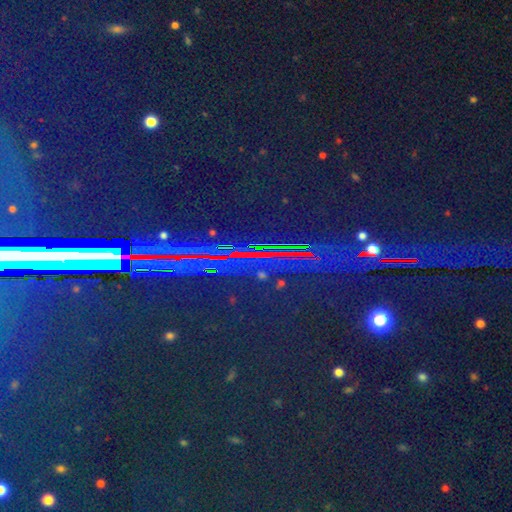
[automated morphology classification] smooth_or_featured: star or artifact (p=0.84) [alt: smooth p=0.08]